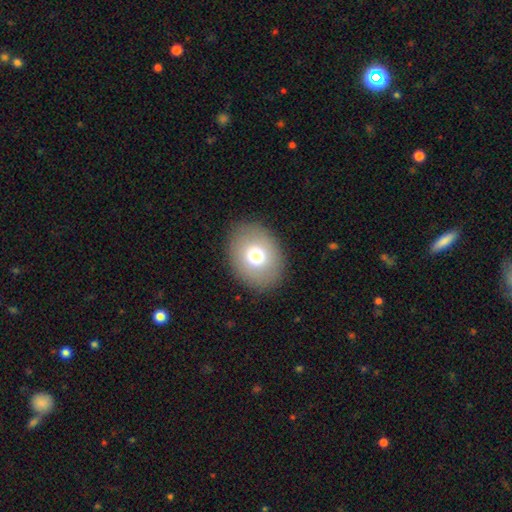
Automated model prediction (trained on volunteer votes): smooth-or-featured: smooth: 74% | featured or disk: 16% | star or artifact: 10%
  how-rounded: in between: 57% | round: 42% | cigar-shaped: 1%
  merging: none: 88% | minor disturbance: 8% | major disturbance: 3% | merger: 1%